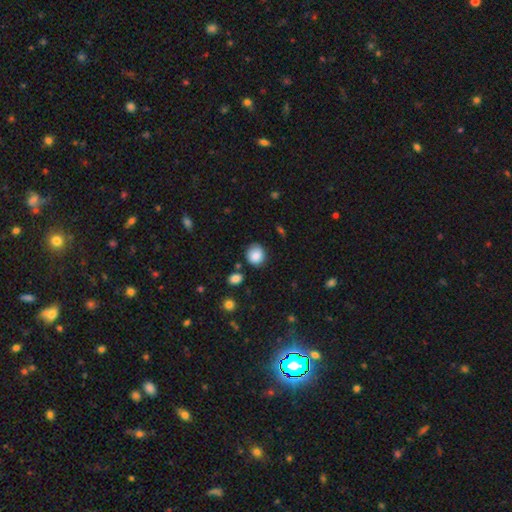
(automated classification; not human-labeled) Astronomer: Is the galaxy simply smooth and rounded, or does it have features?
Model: smooth — 85%.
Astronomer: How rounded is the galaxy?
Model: round — 80%.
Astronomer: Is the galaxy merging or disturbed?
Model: none — 76%.